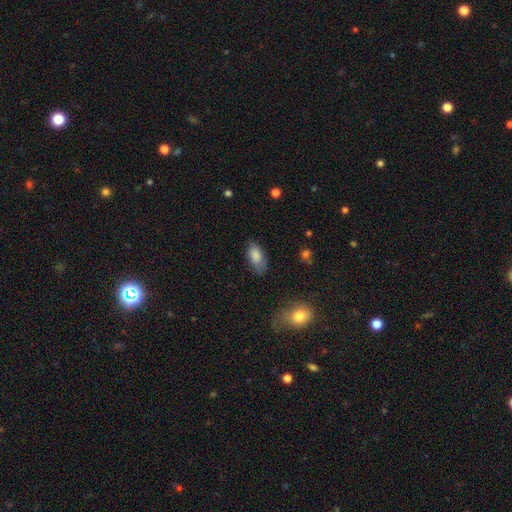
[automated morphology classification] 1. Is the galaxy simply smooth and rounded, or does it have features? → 83% smooth, 10% featured or disk, 7% star or artifact.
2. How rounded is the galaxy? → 90% in between, 7% cigar-shaped, 3% round.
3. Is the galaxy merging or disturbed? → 72% none, 21% minor disturbance, 5% major disturbance, 2% merger.